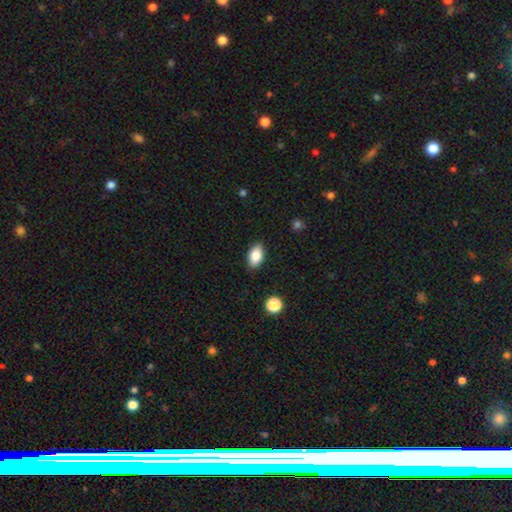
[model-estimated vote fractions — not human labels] Morphology: type=smooth (86%); roundness=in between (92%); merging=none (87%).